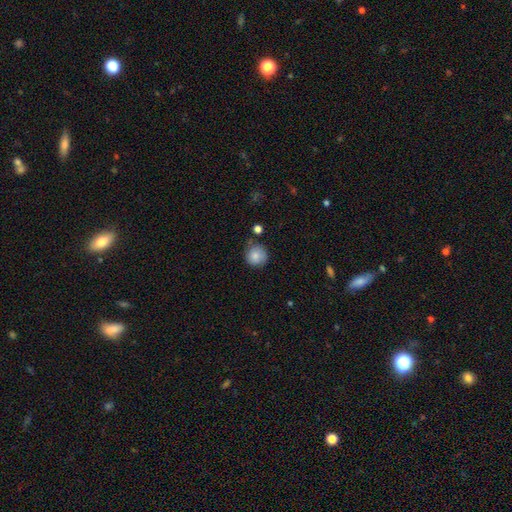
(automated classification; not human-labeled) This is clearly a smooth galaxy (84%). How rounded: clearly round (93%). Merging: likely none (74%).